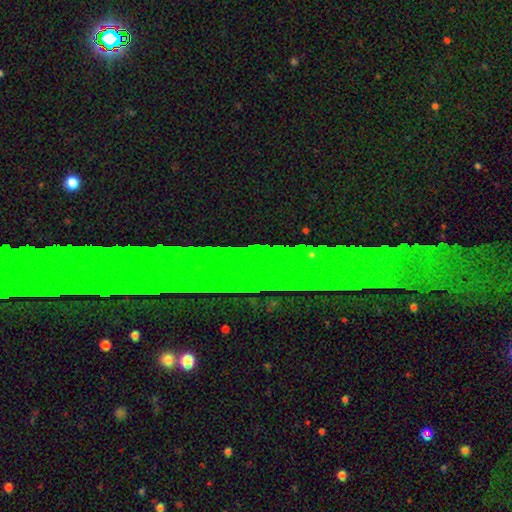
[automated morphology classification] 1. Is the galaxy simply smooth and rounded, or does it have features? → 74% star or artifact, 15% featured or disk, 11% smooth.